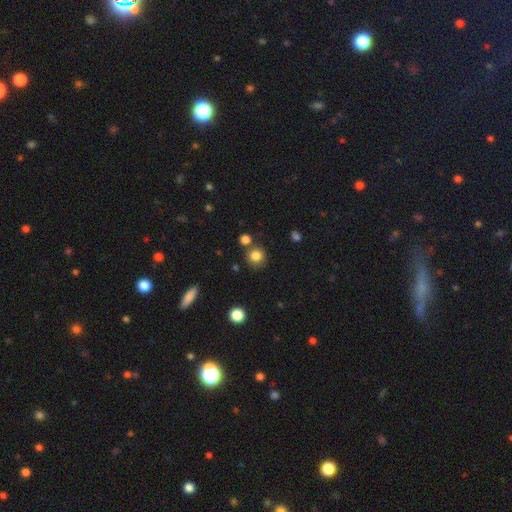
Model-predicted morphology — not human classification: This is clearly a smooth galaxy (83%). How rounded: clearly round (89%). Merging: likely none (77%).